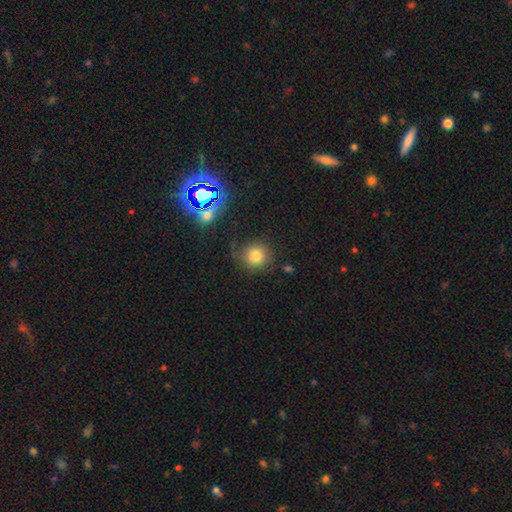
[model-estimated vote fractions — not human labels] Smooth or featured? Predicted: smooth (p=0.78). How rounded? Predicted: round (p=0.90). Merging? Predicted: none (p=0.76).